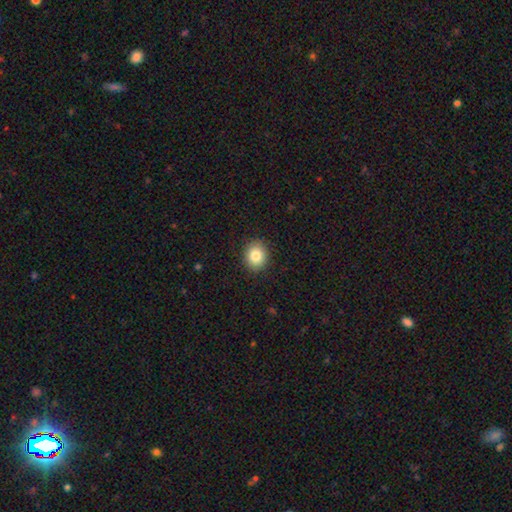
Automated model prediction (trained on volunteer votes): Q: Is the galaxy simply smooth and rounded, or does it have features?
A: smooth — 84%.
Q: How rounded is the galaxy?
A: round — 64%.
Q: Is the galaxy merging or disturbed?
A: none — 90%.